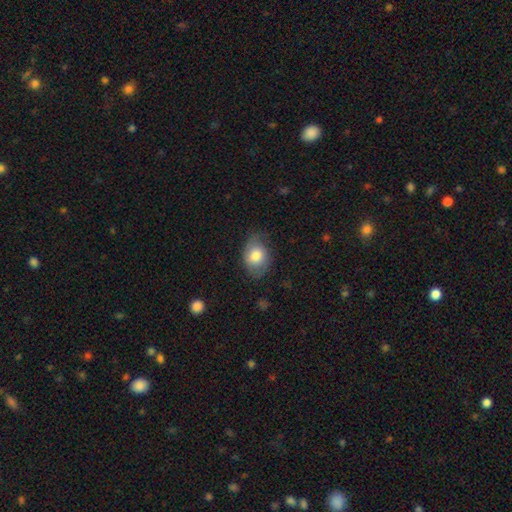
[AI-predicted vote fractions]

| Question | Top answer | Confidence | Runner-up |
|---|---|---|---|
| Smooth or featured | smooth | 76% | featured or disk (16%) |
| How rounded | in between | 69% | round (30%) |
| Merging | none | 64% | minor disturbance (27%) |